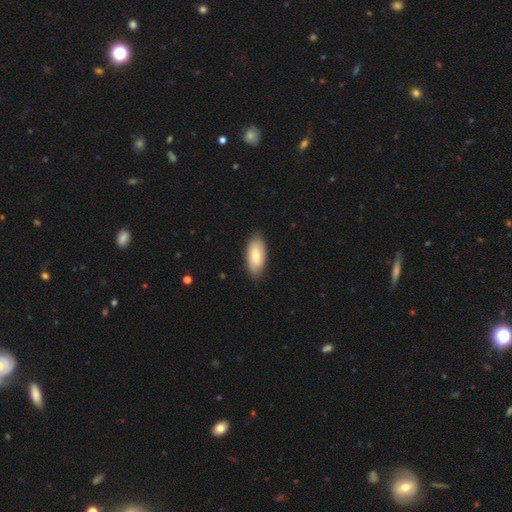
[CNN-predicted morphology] Q: Smooth or featured?
A: smooth (74%); runner-up: featured or disk (20%)
Q: How rounded?
A: in between (91%); runner-up: cigar-shaped (7%)
Q: Merging?
A: none (85%); runner-up: minor disturbance (11%)